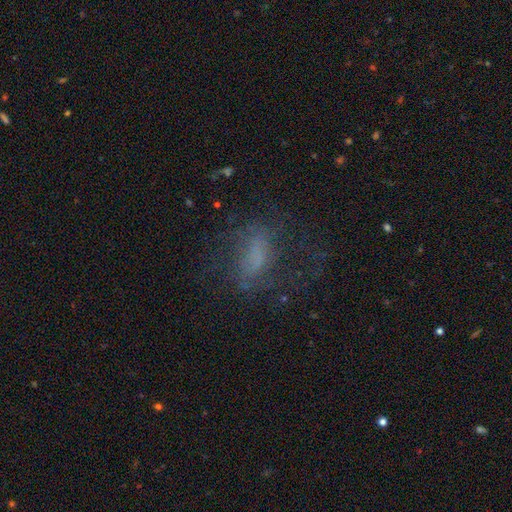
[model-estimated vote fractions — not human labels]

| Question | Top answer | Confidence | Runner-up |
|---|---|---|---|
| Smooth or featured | smooth | 44% | featured or disk (36%) |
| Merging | none | 51% | major disturbance (28%) |